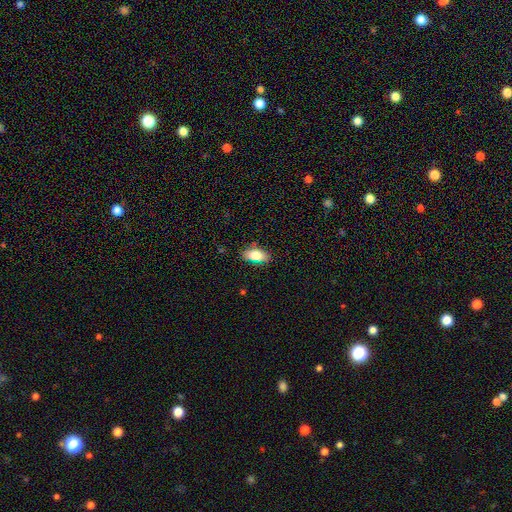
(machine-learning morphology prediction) smooth-or-featured: smooth: 81% | featured or disk: 11% | star or artifact: 8%
  how-rounded: in between: 89% | round: 6% | cigar-shaped: 6%
  merging: none: 81% | minor disturbance: 15% | major disturbance: 3% | merger: 2%